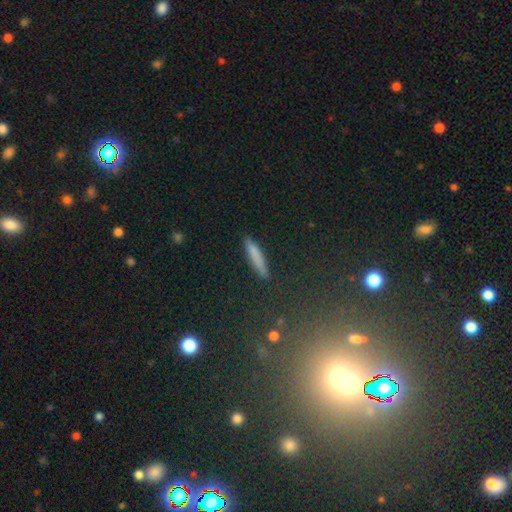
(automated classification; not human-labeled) smooth 79%, featured or disk 13%, star or artifact 8%. Down the decision tree: how rounded — cigar-shaped (91%); merging — none (87%).